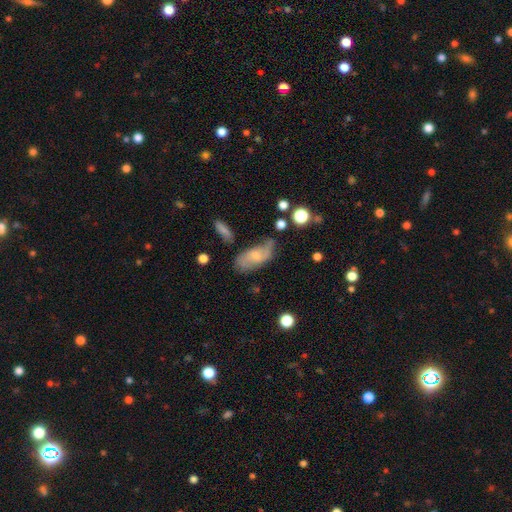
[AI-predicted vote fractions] Smooth or featured? featured or disk (48%)
Merging? none (47%)